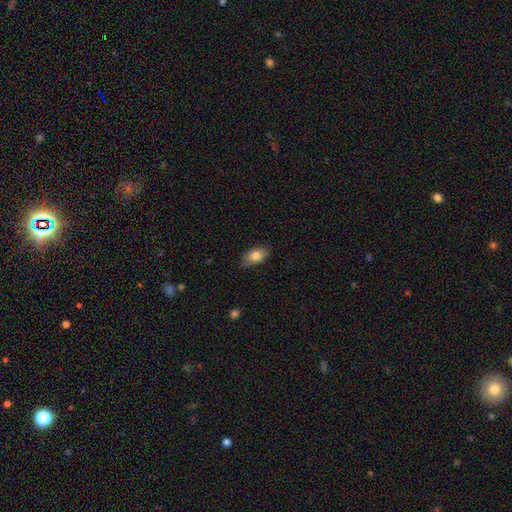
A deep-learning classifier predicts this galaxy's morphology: smooth-or-featured: smooth: 81% | featured or disk: 12% | star or artifact: 7%
  how-rounded: in between: 89% | round: 7% | cigar-shaped: 4%
  merging: none: 78% | minor disturbance: 18% | major disturbance: 3% | merger: 1%